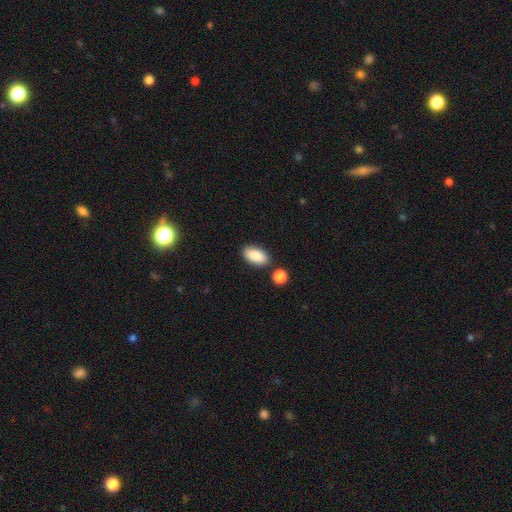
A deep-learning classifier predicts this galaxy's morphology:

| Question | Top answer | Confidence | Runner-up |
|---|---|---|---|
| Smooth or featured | smooth | 89% | star or artifact (6%) |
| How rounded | in between | 93% | cigar-shaped (4%) |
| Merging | none | 81% | minor disturbance (10%) |